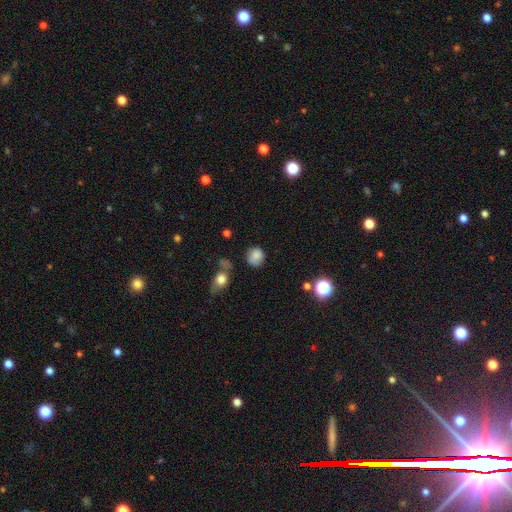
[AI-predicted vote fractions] Overall: smooth (81%). How rounded: round (81%). Merging: none (70%).